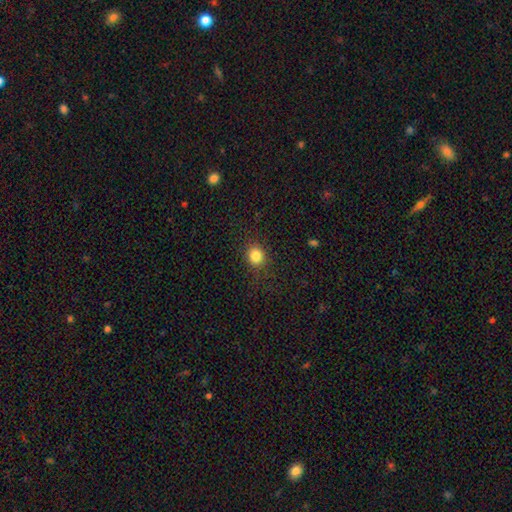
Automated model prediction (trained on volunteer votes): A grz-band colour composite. It shows a smooth galaxy with no disk features (84%) that is round (80%). Merging: none (85%).